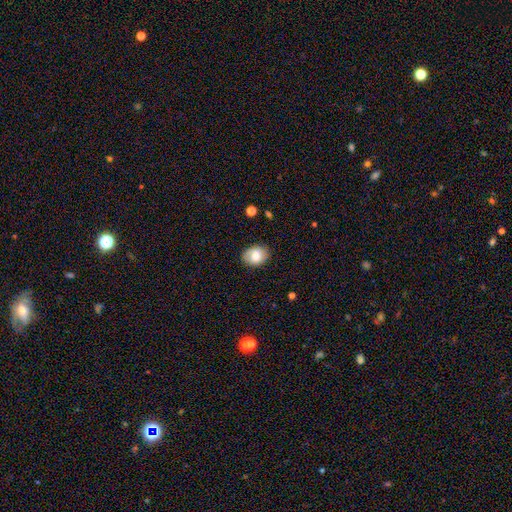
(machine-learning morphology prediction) Smooth or featured? Predicted: smooth (p=0.72). How rounded? Predicted: in between (p=0.67). Merging? Predicted: none (p=0.79).